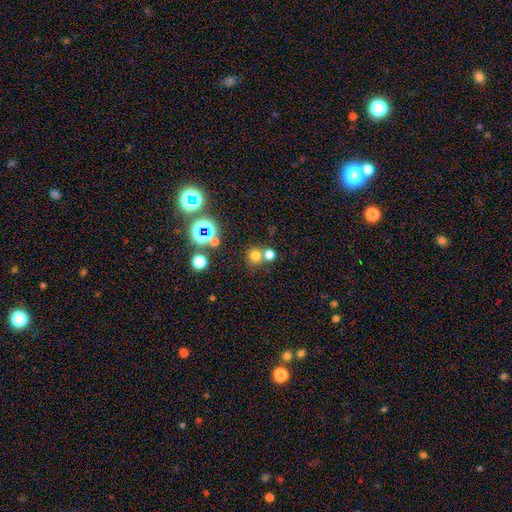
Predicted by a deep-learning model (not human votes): smooth_or_featured: smooth (p=0.67) [alt: star or artifact p=0.25]
how_rounded: round (p=0.89) [alt: in between p=0.10]
merging: none (p=0.62) [alt: merger p=0.27]